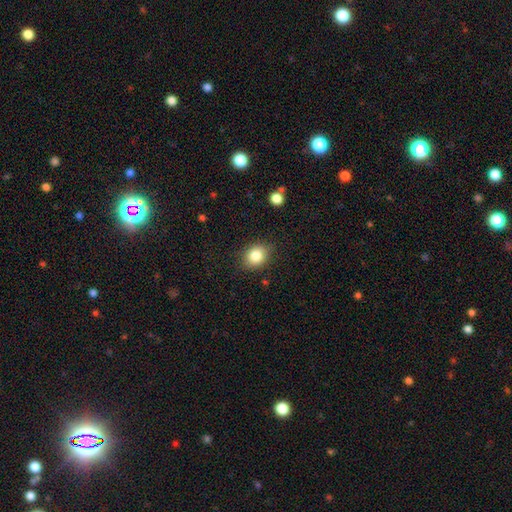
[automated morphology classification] Smooth or featured? Predicted: smooth (p=0.84). How rounded? Predicted: in between (p=0.51). Merging? Predicted: none (p=0.84).